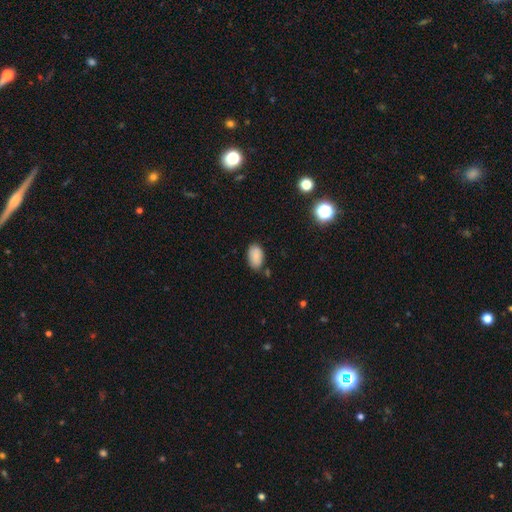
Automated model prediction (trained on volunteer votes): A smooth galaxy with no disk features (85%) that is in between round and cigar-shaped (93%). Merging: none (74%).